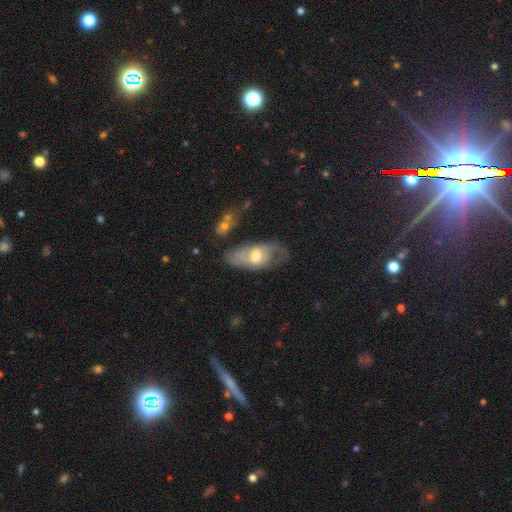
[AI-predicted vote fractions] This is likely a featured or disk galaxy (61%). It is clearly not viewed edge-on (89%). Bar: possibly no (51%). Spiral arm pattern: likely yes (71%). Central bulge: likely moderate (65%). Merging: possibly none (49%).